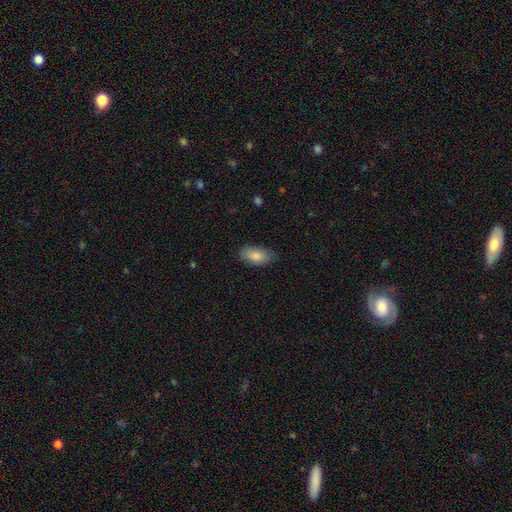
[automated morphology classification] Smooth or featured? smooth (85%)
How rounded? in between (93%)
Merging? none (82%)